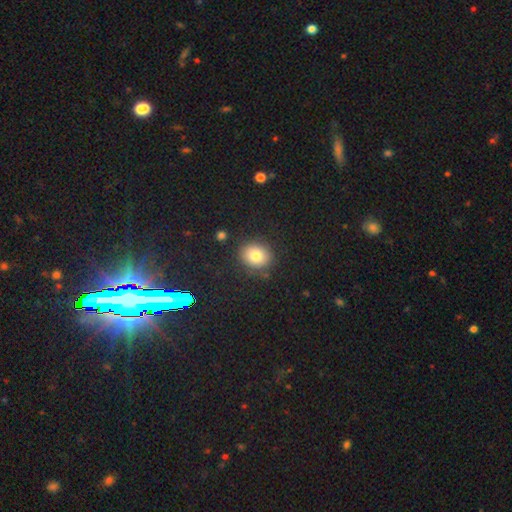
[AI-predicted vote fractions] This appears to be a smooth galaxy with no disk features (79%) that is round (66%). Merging: none (85%).